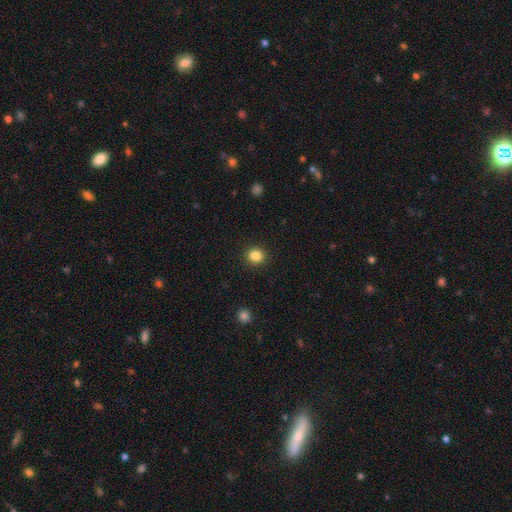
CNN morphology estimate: This appears to be a smooth galaxy with no disk features (85%) that is round (85%). Merging: none (91%).